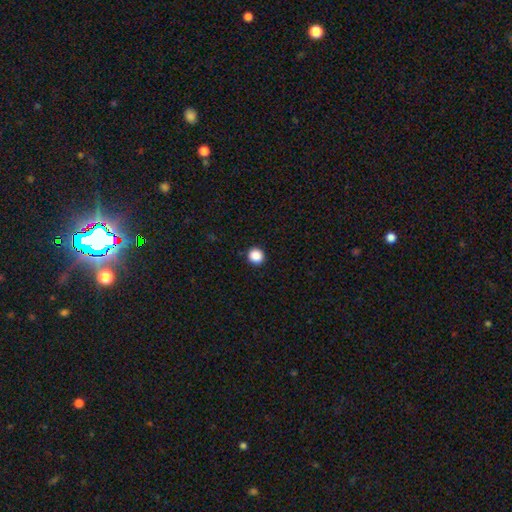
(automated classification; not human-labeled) A smooth galaxy with no disk features (88%) that is round (94%). Merging: none (93%).